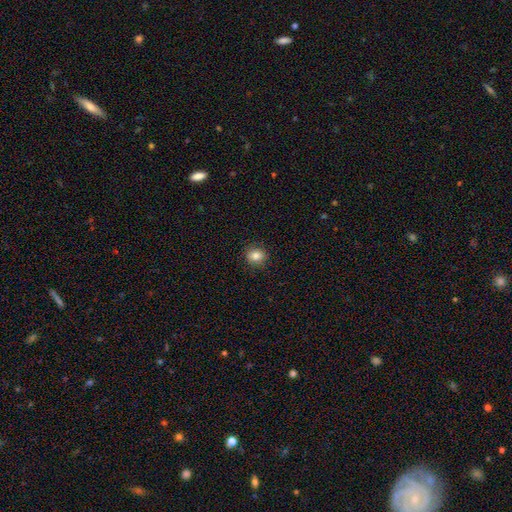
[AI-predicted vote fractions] Smooth or featured?
  - smooth: 83% *
  - star or artifact: 11%
  - featured or disk: 6%
How rounded?
  - round: 75% *
  - in between: 24%
  - cigar-shaped: 1%
Merging?
  - none: 88% *
  - minor disturbance: 9%
  - major disturbance: 2%
  - merger: 1%